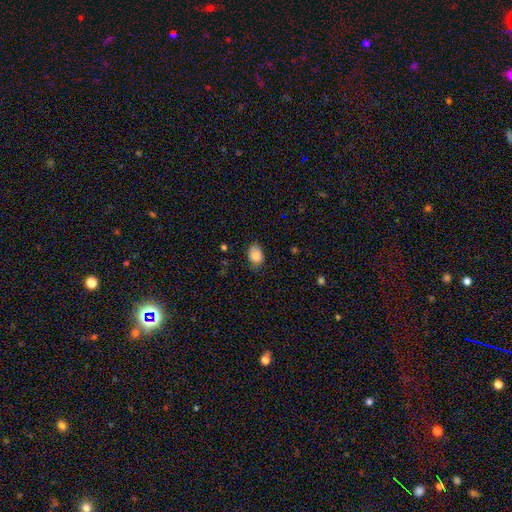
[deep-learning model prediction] Q: Smooth or featured?
A: smooth (86%); runner-up: star or artifact (8%)
Q: How rounded?
A: in between (78%); runner-up: round (21%)
Q: Merging?
A: none (68%); runner-up: minor disturbance (26%)